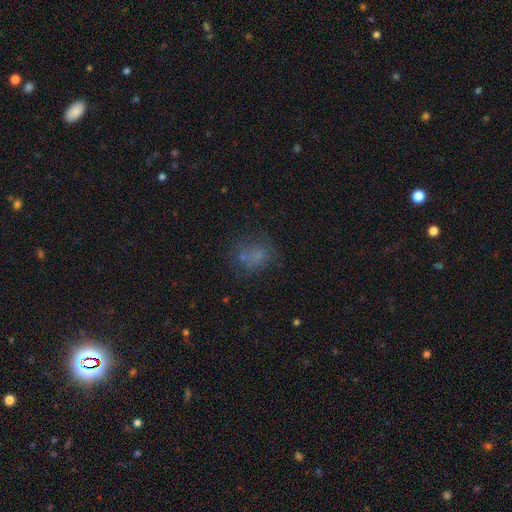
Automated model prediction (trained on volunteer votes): smooth_or_featured: smooth (p=0.62) [alt: star or artifact p=0.20]
how_rounded: round (p=0.63) [alt: in between p=0.36]
merging: none (p=0.56) [alt: minor disturbance p=0.18]